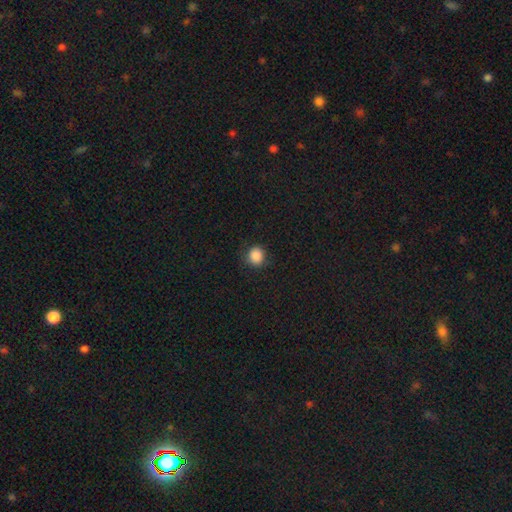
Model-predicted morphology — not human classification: smooth 87%, star or artifact 10%, featured or disk 3%. Down the decision tree: how rounded — round (87%); merging — none (84%).